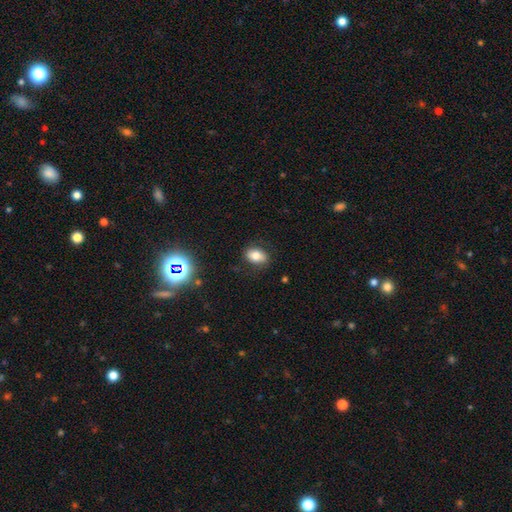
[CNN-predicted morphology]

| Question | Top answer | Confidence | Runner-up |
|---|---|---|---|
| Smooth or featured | smooth | 76% | featured or disk (12%) |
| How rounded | in between | 83% | round (15%) |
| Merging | none | 79% | minor disturbance (15%) |